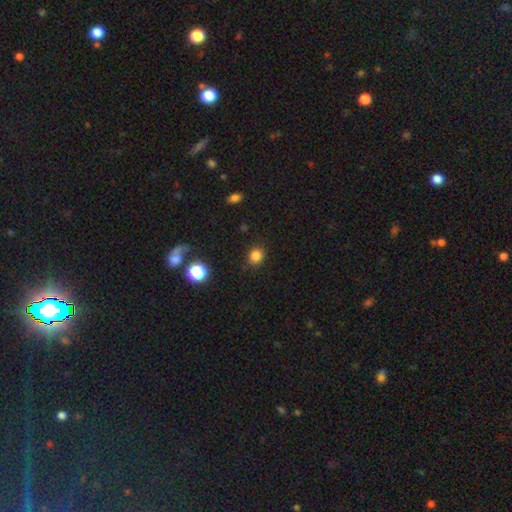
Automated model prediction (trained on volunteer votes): smooth-or-featured: smooth: 83% | star or artifact: 13% | featured or disk: 4%
  how-rounded: round: 71% | in between: 28% | cigar-shaped: 1%
  merging: none: 86% | minor disturbance: 10% | major disturbance: 3% | merger: 1%